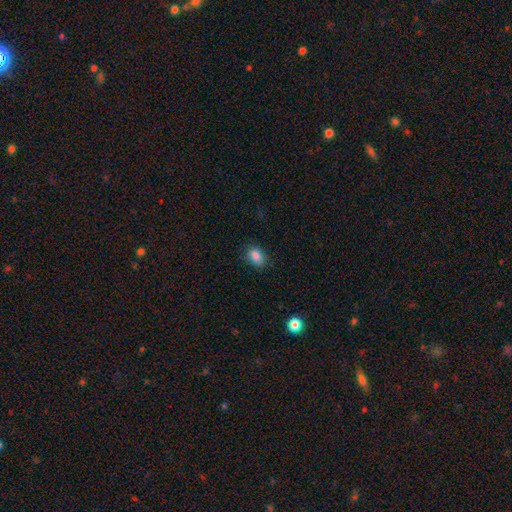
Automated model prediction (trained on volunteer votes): smooth 86%, star or artifact 9%, featured or disk 5%. Down the decision tree: how rounded — in between (81%); merging — none (82%).